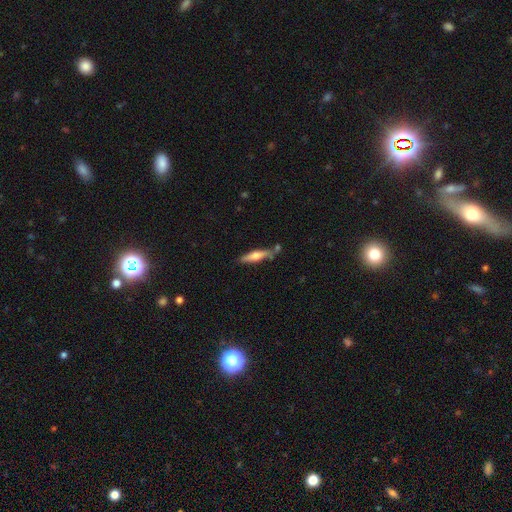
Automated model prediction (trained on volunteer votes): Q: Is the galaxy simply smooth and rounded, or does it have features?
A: smooth — 50%.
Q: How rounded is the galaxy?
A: cigar-shaped — 83%.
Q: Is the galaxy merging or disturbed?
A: none — 69%.